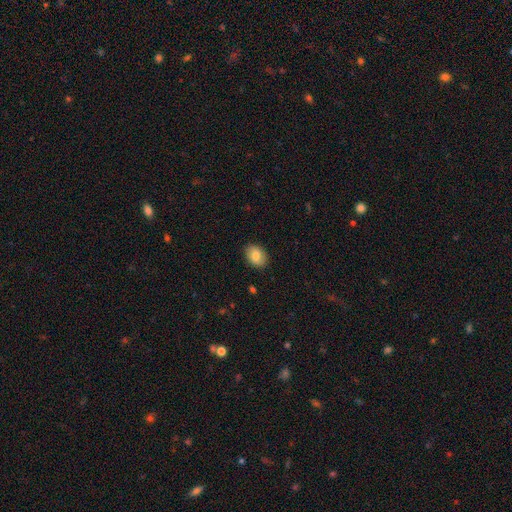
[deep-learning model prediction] Smooth or featured?
  - smooth: 82% *
  - featured or disk: 11%
  - star or artifact: 7%
How rounded?
  - in between: 75% *
  - round: 24%
  - cigar-shaped: 1%
Merging?
  - none: 88% *
  - minor disturbance: 9%
  - major disturbance: 2%
  - merger: 1%